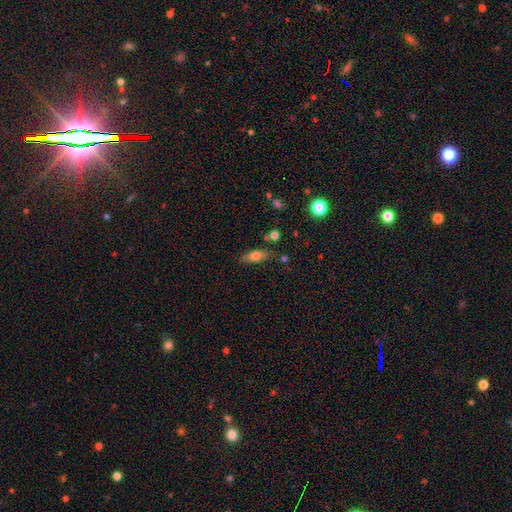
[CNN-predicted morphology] Smooth or featured: smooth — 73% (featured or disk — 18%)
How rounded: in between — 75% (cigar-shaped — 21%)
Merging: none — 71% (minor disturbance — 17%)